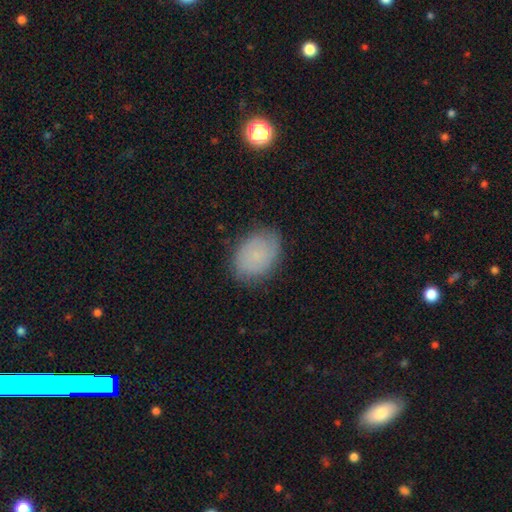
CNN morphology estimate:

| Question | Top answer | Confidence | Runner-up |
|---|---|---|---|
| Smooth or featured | smooth | 63% | featured or disk (26%) |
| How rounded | in between | 74% | round (25%) |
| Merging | none | 79% | minor disturbance (16%) |